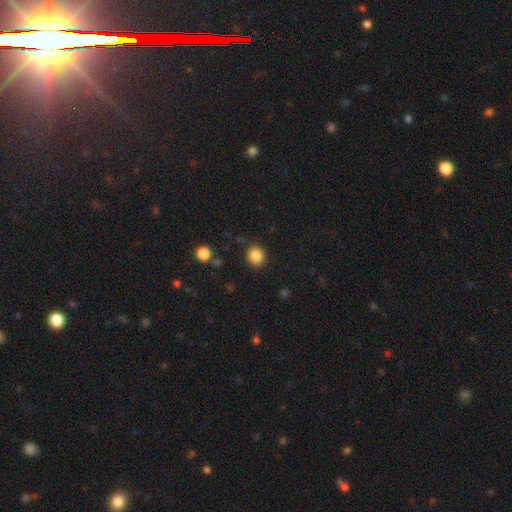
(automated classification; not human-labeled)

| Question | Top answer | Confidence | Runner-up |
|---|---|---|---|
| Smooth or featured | smooth | 86% | star or artifact (10%) |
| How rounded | round | 73% | in between (26%) |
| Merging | none | 86% | minor disturbance (10%) |